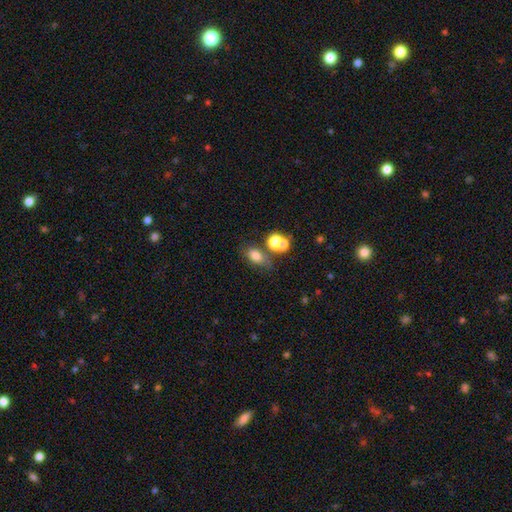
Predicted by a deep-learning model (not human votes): smooth-or-featured: smooth: 74% | star or artifact: 14% | featured or disk: 12%
  how-rounded: in between: 72% | round: 25% | cigar-shaped: 3%
  merging: none: 54% | merger: 25% | minor disturbance: 15% | major disturbance: 7%